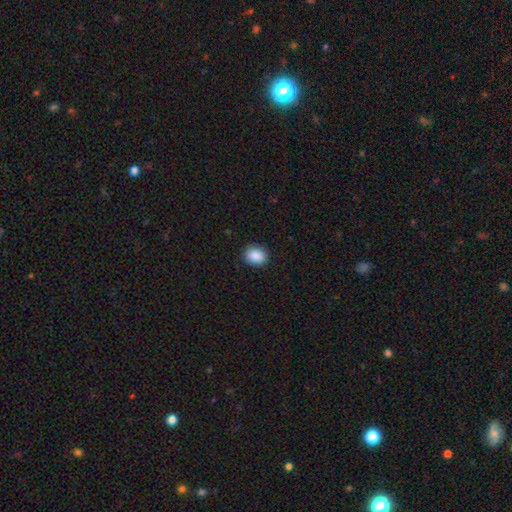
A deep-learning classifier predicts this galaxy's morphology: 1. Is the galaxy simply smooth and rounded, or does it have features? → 89% smooth, 8% star or artifact, 3% featured or disk.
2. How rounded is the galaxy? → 56% round, 43% in between, 1% cigar-shaped.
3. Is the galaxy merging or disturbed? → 89% none, 8% minor disturbance, 2% major disturbance, 1% merger.